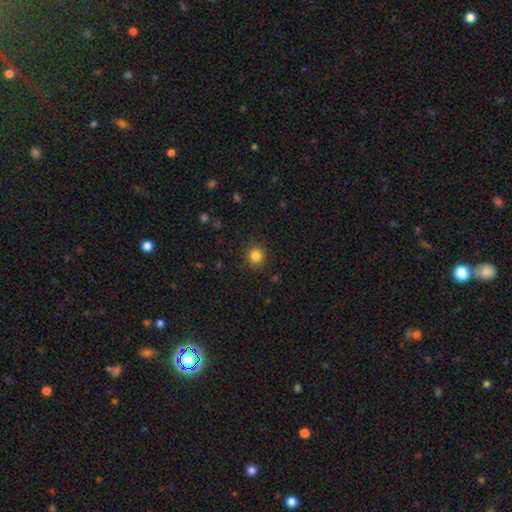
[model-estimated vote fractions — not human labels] A smooth galaxy with no disk features (83%) that is round (91%).

Vote fractions:
- Smooth or featured? smooth: 83% / star or artifact: 12% / featured or disk: 5%
- How rounded? round: 91% / in between: 9% / cigar-shaped: 1%
- Merging? none: 90% / minor disturbance: 7% / major disturbance: 2% / merger: 1%